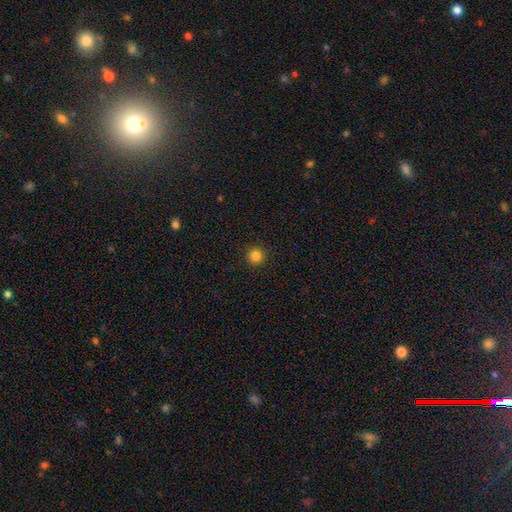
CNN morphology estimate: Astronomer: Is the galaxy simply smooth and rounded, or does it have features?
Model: smooth — 84%.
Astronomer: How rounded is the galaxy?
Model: round — 95%.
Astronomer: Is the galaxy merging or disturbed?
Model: none — 92%.